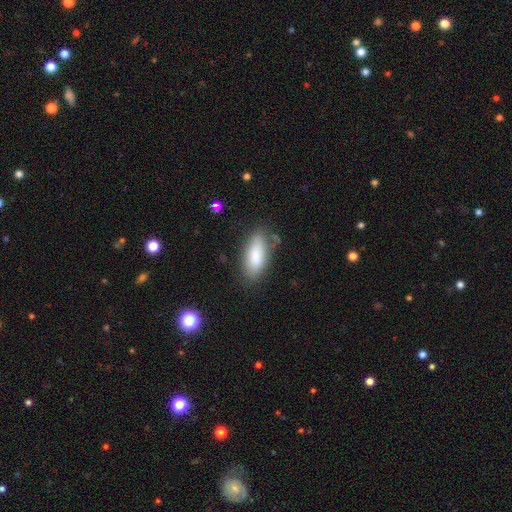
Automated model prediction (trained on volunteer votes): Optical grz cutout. It shows a smooth galaxy with no disk features (84%) that is in between round and cigar-shaped (80%). Merging: none (77%).